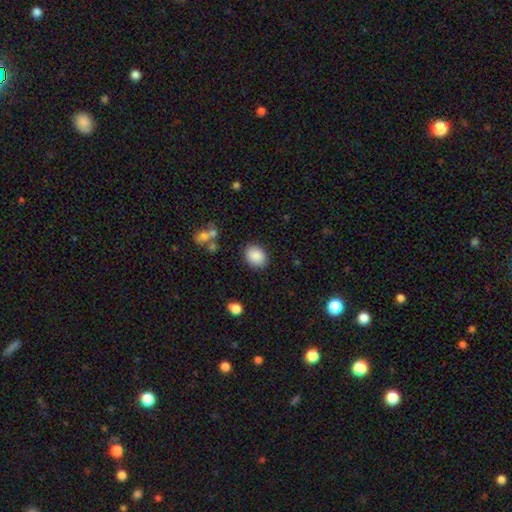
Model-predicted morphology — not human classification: Q: Smooth or featured?
A: smooth (88%); runner-up: star or artifact (8%)
Q: How rounded?
A: in between (57%); runner-up: round (42%)
Q: Merging?
A: none (86%); runner-up: minor disturbance (9%)